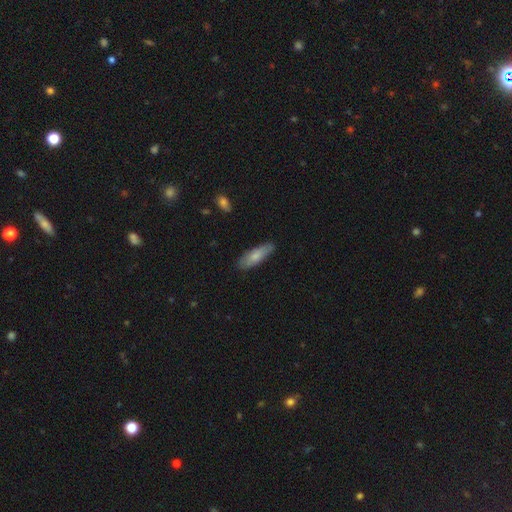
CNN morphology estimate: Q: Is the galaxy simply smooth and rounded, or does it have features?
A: smooth — 75%.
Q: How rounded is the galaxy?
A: in between — 50%.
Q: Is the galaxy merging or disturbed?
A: none — 81%.